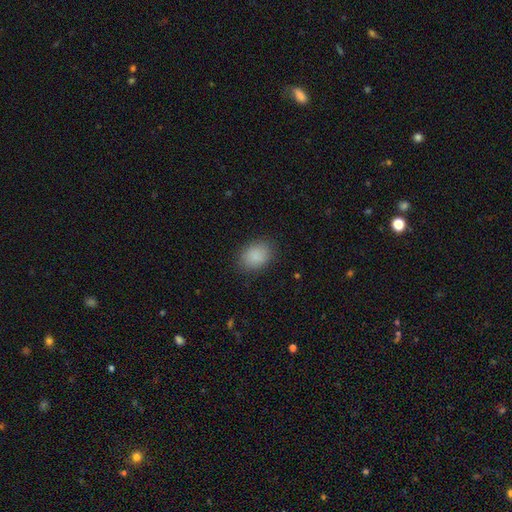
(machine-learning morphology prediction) The model was most divided on "how rounded": in between: 68%, round: 31%, cigar-shaped: 1%. More confident: smooth or featured — smooth (88%); merging — none (86%).